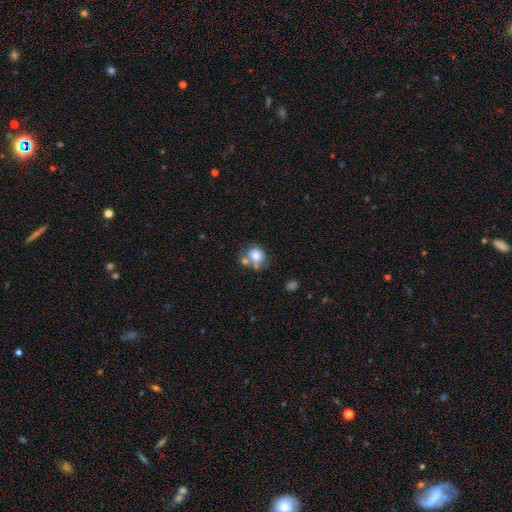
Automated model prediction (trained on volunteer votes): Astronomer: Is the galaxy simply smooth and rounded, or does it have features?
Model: smooth — 74%.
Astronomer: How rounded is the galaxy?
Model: round — 68%.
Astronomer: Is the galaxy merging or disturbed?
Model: none — 44% (runner-up: merger, 29%).